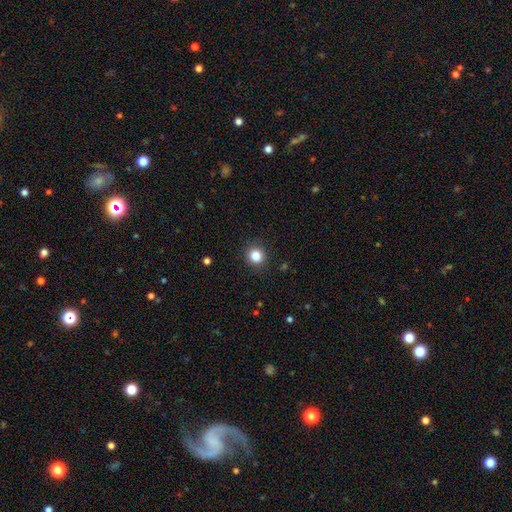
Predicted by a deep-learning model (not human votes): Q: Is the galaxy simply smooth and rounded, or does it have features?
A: smooth — 85%.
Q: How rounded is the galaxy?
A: round — 89%.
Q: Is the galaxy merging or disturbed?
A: none — 89%.